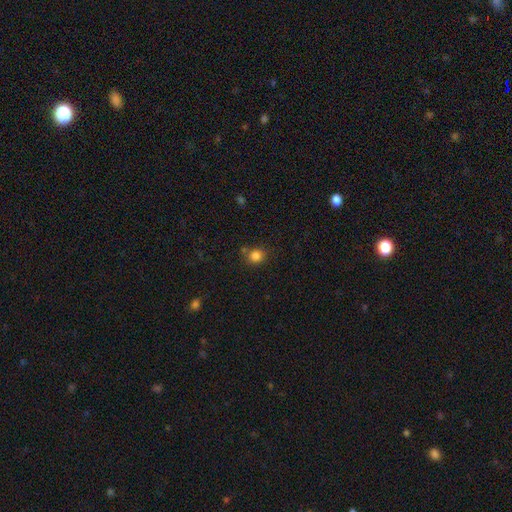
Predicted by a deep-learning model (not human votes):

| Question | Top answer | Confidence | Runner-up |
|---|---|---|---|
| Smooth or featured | smooth | 83% | star or artifact (12%) |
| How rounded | round | 82% | in between (17%) |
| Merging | none | 75% | minor disturbance (12%) |